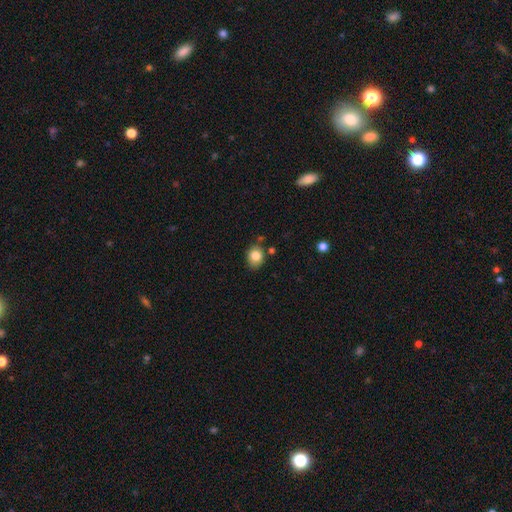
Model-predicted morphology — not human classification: The model was most divided on "how rounded": round: 56%, in between: 43%, cigar-shaped: 1%. More confident: smooth or featured — smooth (82%); merging — none (73%).